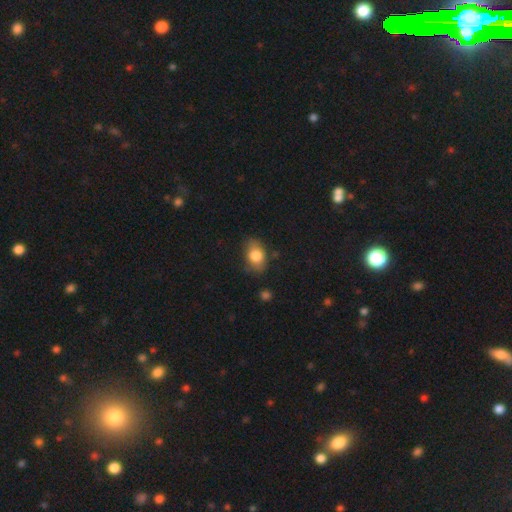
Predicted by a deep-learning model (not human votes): smooth-or-featured: smooth: 79% | featured or disk: 14% | star or artifact: 8%
  how-rounded: in between: 81% | round: 18% | cigar-shaped: 2%
  merging: none: 71% | minor disturbance: 21% | major disturbance: 5% | merger: 2%